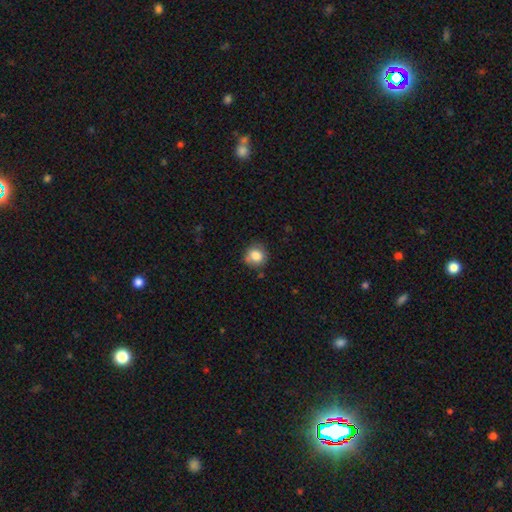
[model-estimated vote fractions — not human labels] Smooth or featured? smooth (82%)
How rounded? round (86%)
Merging? none (75%)